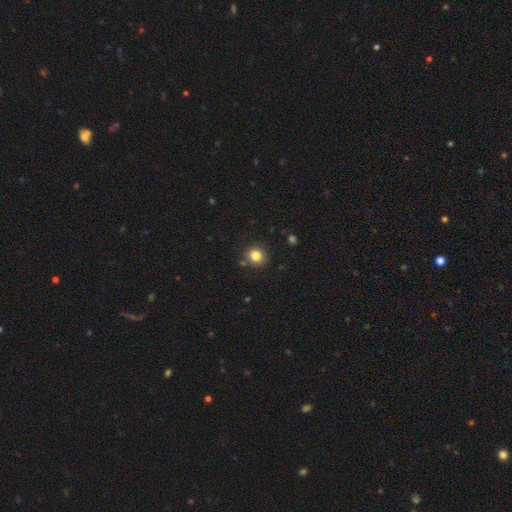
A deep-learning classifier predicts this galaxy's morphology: Smooth or featured? smooth (82%)
How rounded? round (87%)
Merging? none (85%)